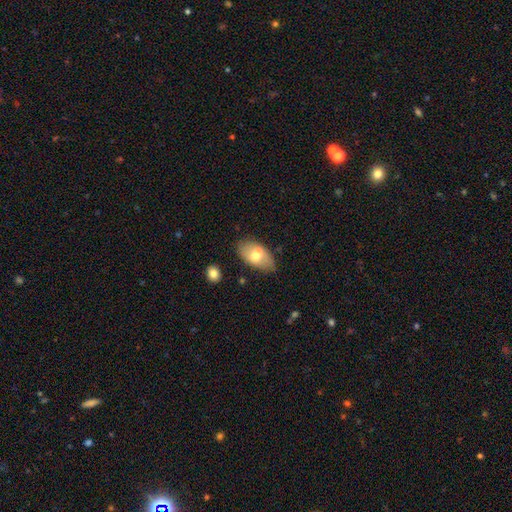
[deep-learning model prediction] A smooth galaxy with no disk features (62%) that is in between round and cigar-shaped (92%).

Vote fractions:
- Smooth or featured? smooth: 62% / featured or disk: 31% / star or artifact: 7%
- How rounded? in between: 92% / round: 5% / cigar-shaped: 3%
- Merging? none: 64% / minor disturbance: 16% / merger: 16% / major disturbance: 4%